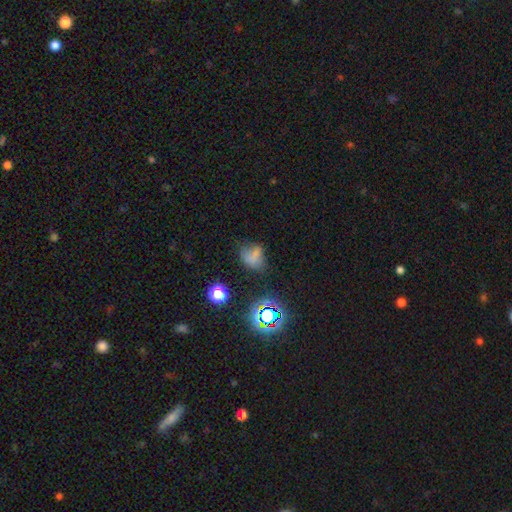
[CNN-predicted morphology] A smooth galaxy with no disk features (58%) that is in between round and cigar-shaped (59%).

Vote fractions:
- Smooth or featured? smooth: 58% / star or artifact: 25% / featured or disk: 17%
- How rounded? in between: 59% / round: 39% / cigar-shaped: 2%
- Merging? none: 44% / minor disturbance: 29% / major disturbance: 20% / merger: 8%